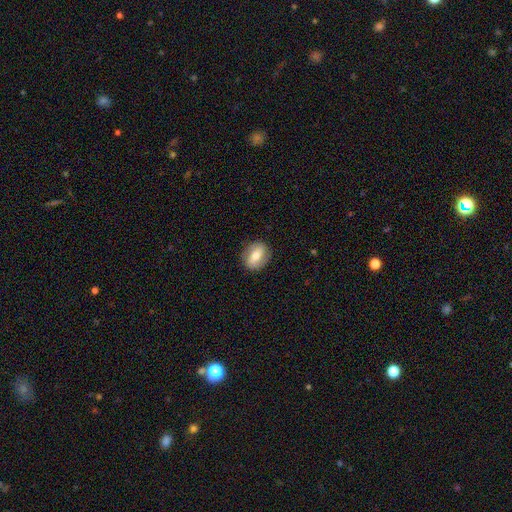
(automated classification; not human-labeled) Smooth or featured?
  - smooth: 60% *
  - featured or disk: 33%
  - star or artifact: 7%
How rounded?
  - in between: 54% *
  - round: 44%
  - cigar-shaped: 2%
Merging?
  - none: 85% *
  - minor disturbance: 11%
  - major disturbance: 3%
  - merger: 1%